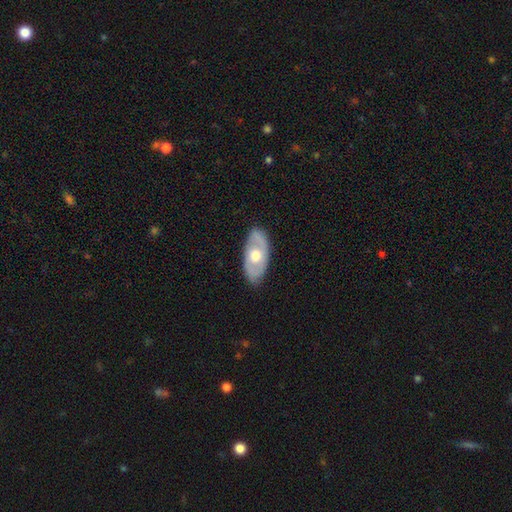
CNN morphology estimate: The model was most divided on "smooth or featured": featured or disk: 55%, smooth: 40%, star or artifact: 5%. More confident: edge-on disk — no (83%); merging — none (83%).